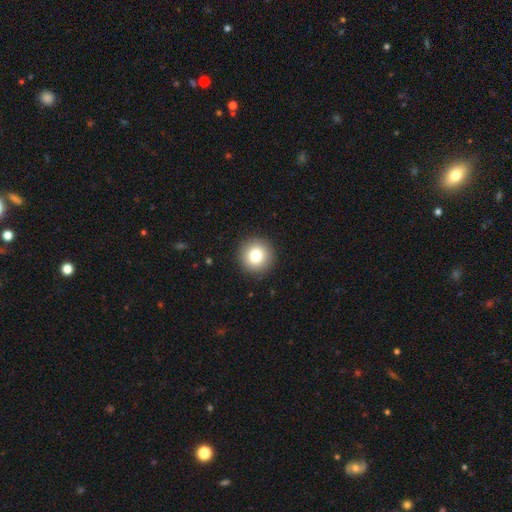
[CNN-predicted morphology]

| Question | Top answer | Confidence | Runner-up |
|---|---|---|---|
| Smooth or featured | smooth | 80% | star or artifact (10%) |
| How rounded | round | 95% | in between (4%) |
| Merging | none | 92% | minor disturbance (5%) |